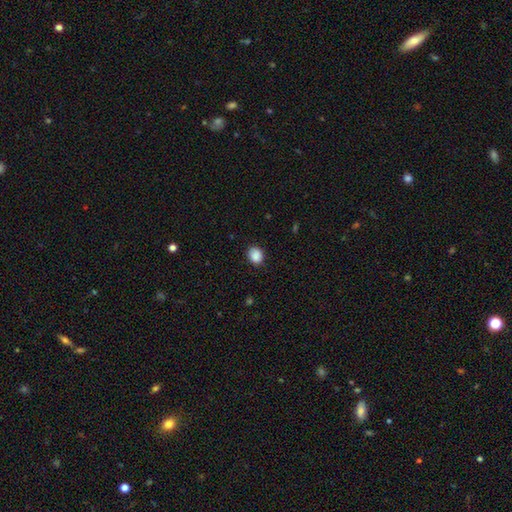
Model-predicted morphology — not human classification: This is clearly a smooth galaxy (88%). How rounded: likely round (62%). Merging: clearly none (83%).